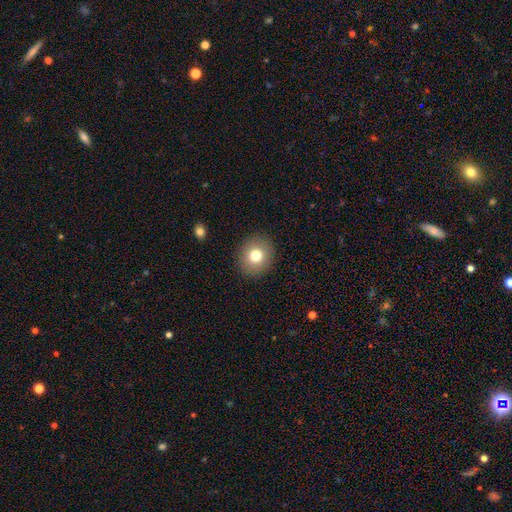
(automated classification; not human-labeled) Smooth or featured: smooth — 77% (featured or disk — 12%)
How rounded: round — 73% (in between — 26%)
Merging: none — 90% (minor disturbance — 7%)